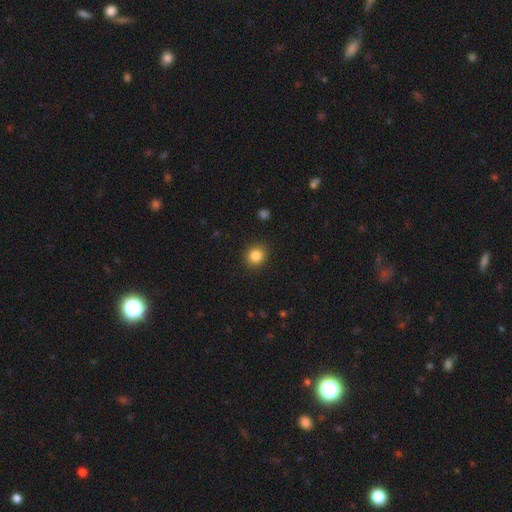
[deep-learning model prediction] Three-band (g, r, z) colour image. It shows a smooth galaxy with no disk features (85%) that is round (81%). Merging: none (90%).